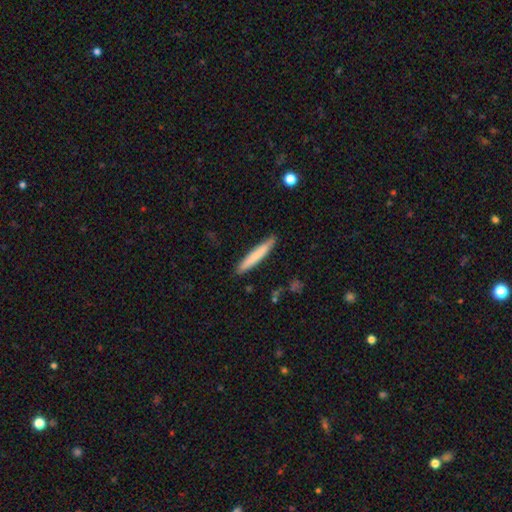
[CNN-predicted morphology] The model was most divided on "smooth or featured": smooth: 74%, featured or disk: 20%, star or artifact: 5%. More confident: how rounded — cigar-shaped (95%); merging — none (86%).